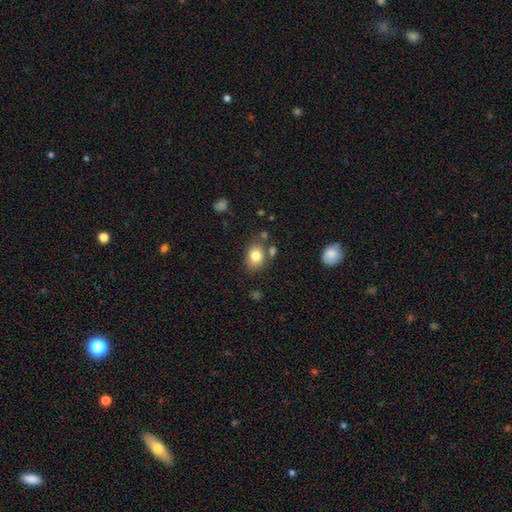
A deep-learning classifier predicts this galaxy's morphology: The model was most divided on "how rounded": in between: 61%, round: 38%, cigar-shaped: 1%. More confident: smooth or featured — smooth (81%); merging — none (71%).